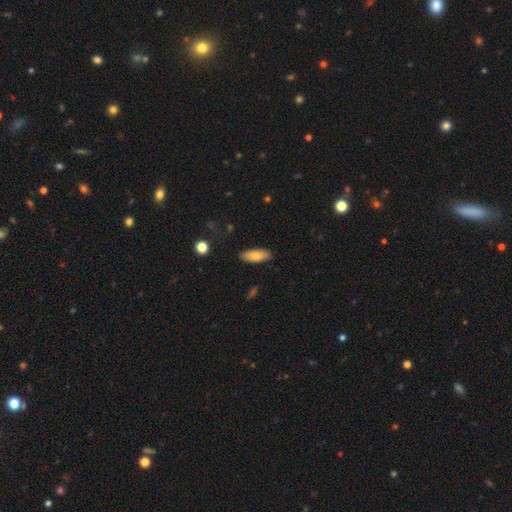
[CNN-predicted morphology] The model was most divided on "how rounded": in between: 74%, cigar-shaped: 24%, round: 2%. More confident: merging — none (86%); smooth or featured — smooth (82%).